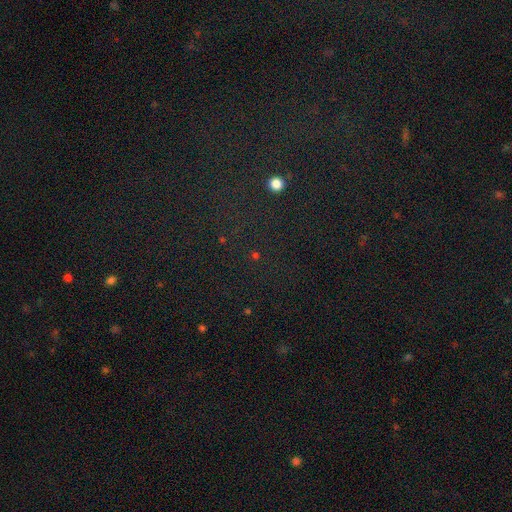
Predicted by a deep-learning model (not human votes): This is likely a star or artifact rather than a galaxy (68%).